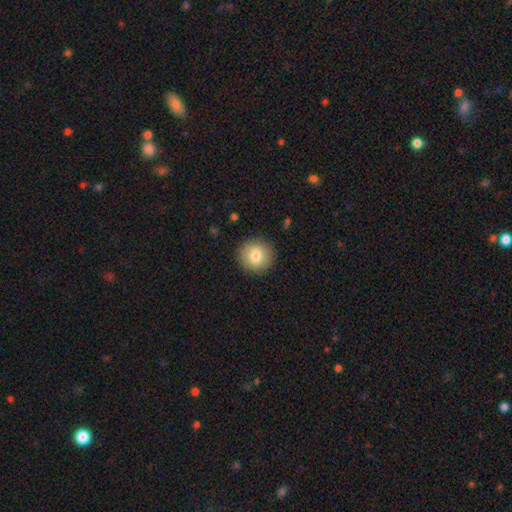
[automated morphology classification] Smooth or featured: smooth — 81% (featured or disk — 10%)
How rounded: round — 89% (in between — 10%)
Merging: none — 90% (minor disturbance — 7%)